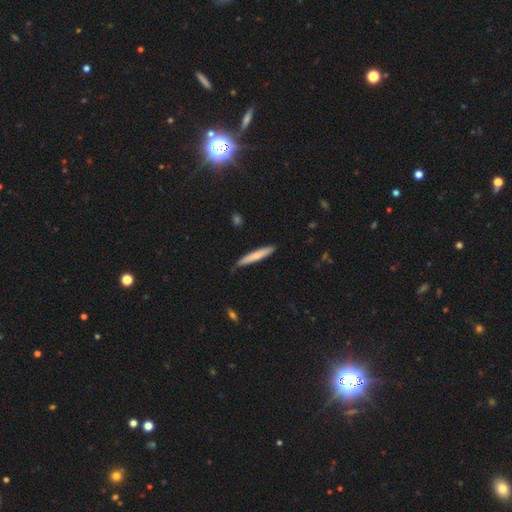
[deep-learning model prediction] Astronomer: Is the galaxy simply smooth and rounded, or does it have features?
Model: smooth — 73%.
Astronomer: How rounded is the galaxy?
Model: cigar-shaped — 94%.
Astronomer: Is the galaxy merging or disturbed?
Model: none — 78%.